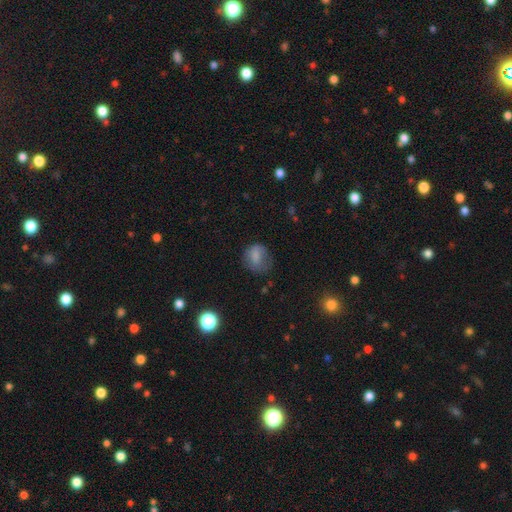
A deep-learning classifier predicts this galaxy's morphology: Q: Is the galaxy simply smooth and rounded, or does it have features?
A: smooth — 74%.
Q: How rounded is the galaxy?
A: round — 62%.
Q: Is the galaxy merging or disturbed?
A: none — 50%.